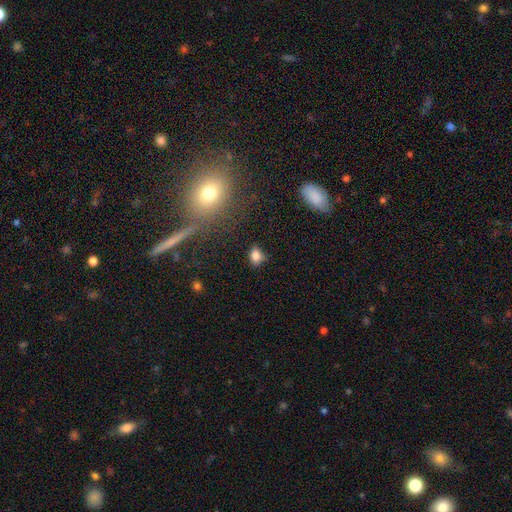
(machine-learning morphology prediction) The model was most divided on "how rounded": in between: 70%, round: 28%, cigar-shaped: 2%. More confident: smooth or featured — smooth (81%); merging — none (69%).